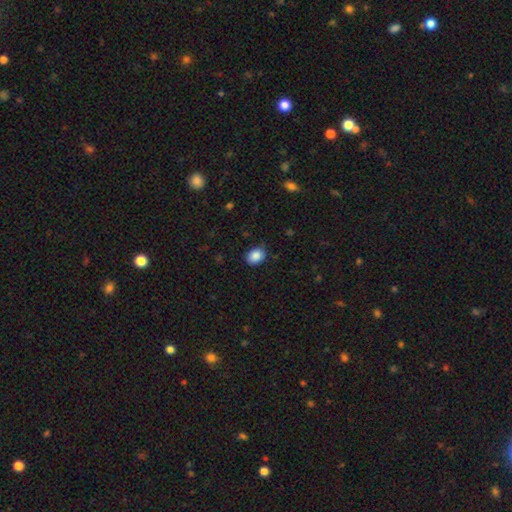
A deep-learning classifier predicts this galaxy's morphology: Smooth or featured: smooth — 88% (star or artifact — 8%)
How rounded: in between — 57% (round — 42%)
Merging: none — 80% (minor disturbance — 16%)